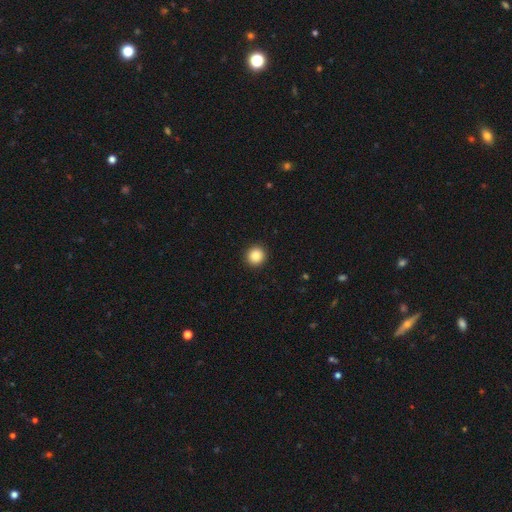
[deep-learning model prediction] Q: Smooth or featured?
A: smooth (87%); runner-up: star or artifact (10%)
Q: How rounded?
A: round (93%); runner-up: in between (6%)
Q: Merging?
A: none (93%); runner-up: minor disturbance (5%)